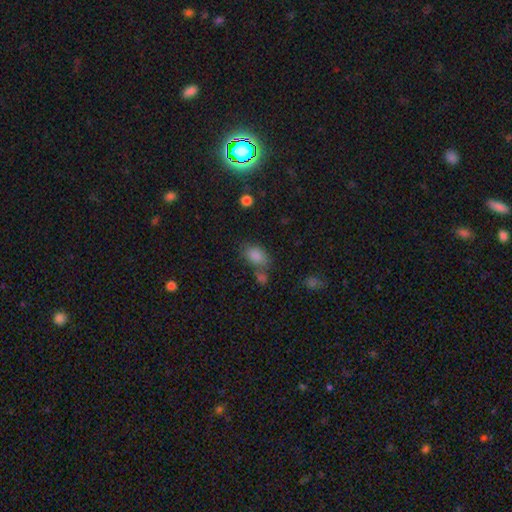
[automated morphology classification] Smooth or featured?
  - smooth: 78% *
  - star or artifact: 15%
  - featured or disk: 7%
How rounded?
  - in between: 82% *
  - round: 16%
  - cigar-shaped: 2%
Merging?
  - none: 58% *
  - merger: 21%
  - minor disturbance: 15%
  - major disturbance: 6%